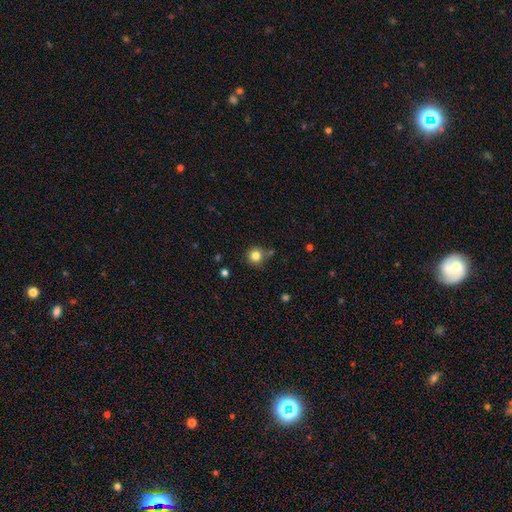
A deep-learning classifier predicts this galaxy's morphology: type=smooth (82%); roundness=round (93%); merging=none (74%).